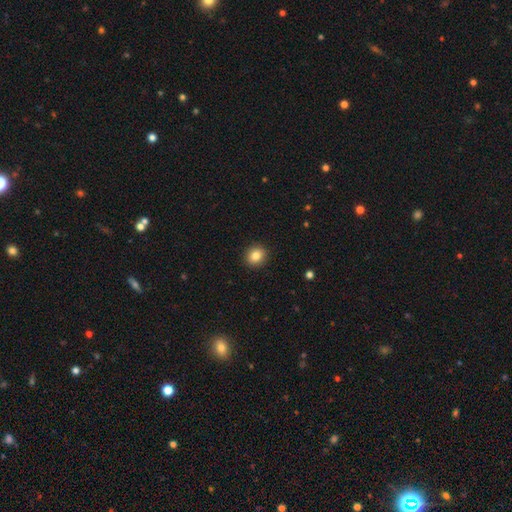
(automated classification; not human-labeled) Smooth or featured? Predicted: smooth (p=0.84). How rounded? Predicted: round (p=0.76). Merging? Predicted: none (p=0.91).